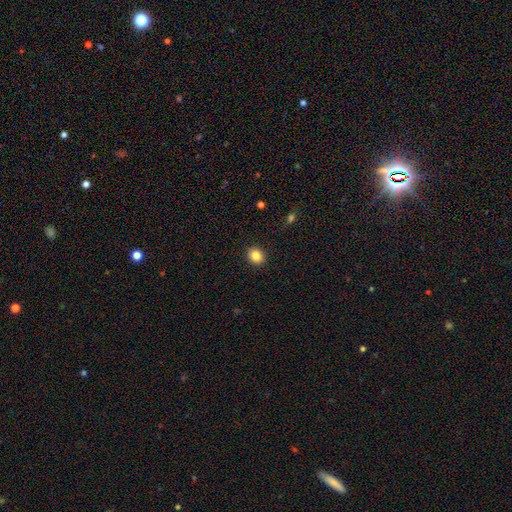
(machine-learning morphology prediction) smooth-or-featured: smooth: 85% | star or artifact: 10% | featured or disk: 5%
  how-rounded: round: 62% | in between: 37% | cigar-shaped: 1%
  merging: none: 91% | minor disturbance: 6% | major disturbance: 2% | merger: 1%